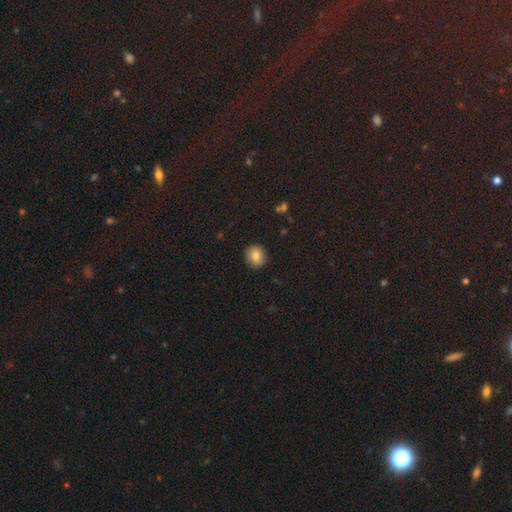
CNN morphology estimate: Overall: smooth (81%). How rounded: round (84%). Merging: none (90%).